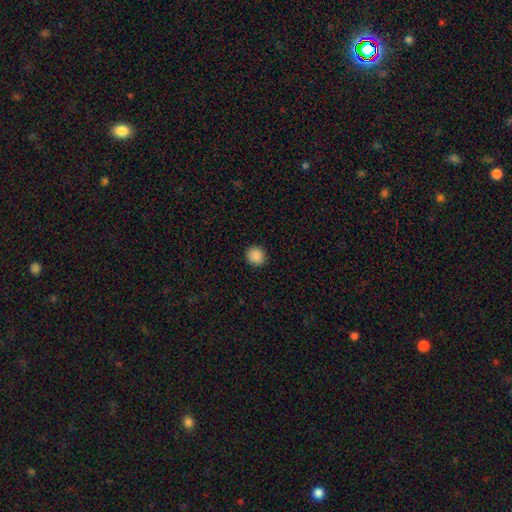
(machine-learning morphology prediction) This appears to be a smooth galaxy with no disk features (89%) that is round (87%). Merging: none (91%).